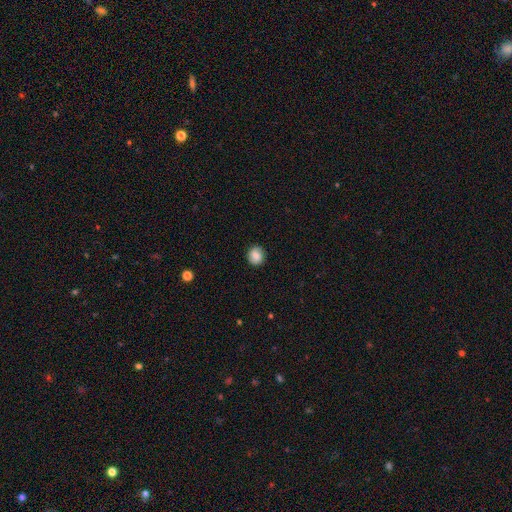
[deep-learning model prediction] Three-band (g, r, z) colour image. It shows a smooth galaxy with no disk features (79%) that is round (86%). Merging: none (89%).